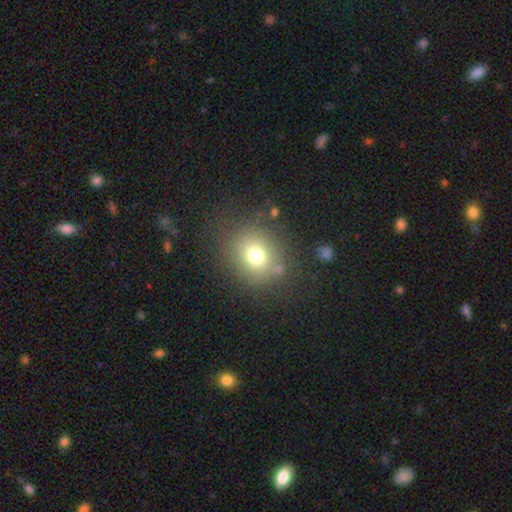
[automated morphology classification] smooth-or-featured: smooth: 73% | star or artifact: 16% | featured or disk: 12%
  how-rounded: round: 76% | in between: 23% | cigar-shaped: 1%
  merging: none: 78% | minor disturbance: 12% | major disturbance: 7% | merger: 4%